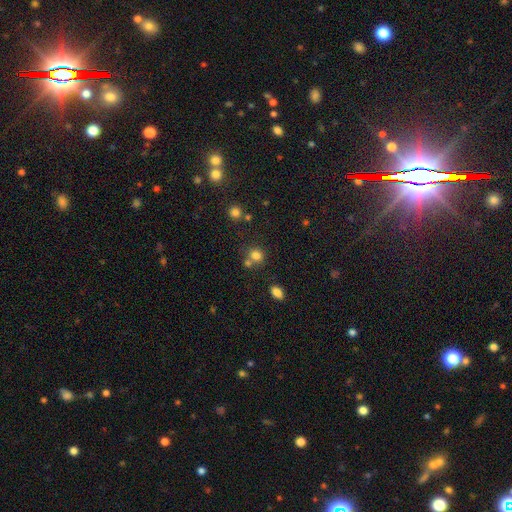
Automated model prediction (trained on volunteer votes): Q: Smooth or featured?
A: smooth (78%); runner-up: star or artifact (14%)
Q: How rounded?
A: round (80%); runner-up: in between (19%)
Q: Merging?
A: none (57%); runner-up: merger (29%)